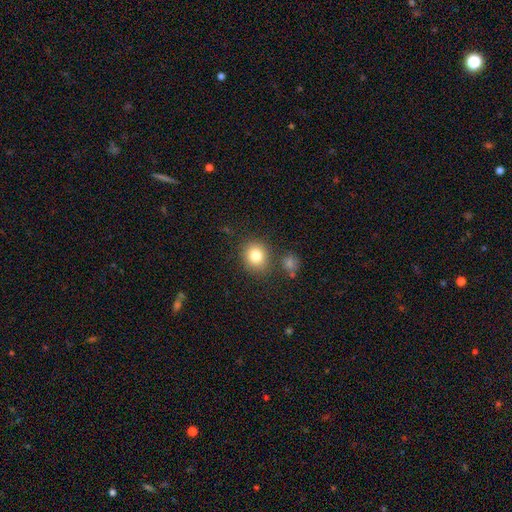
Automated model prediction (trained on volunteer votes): Q: Smooth or featured?
A: smooth (81%); runner-up: star or artifact (11%)
Q: How rounded?
A: round (78%); runner-up: in between (22%)
Q: Merging?
A: none (80%); runner-up: minor disturbance (11%)